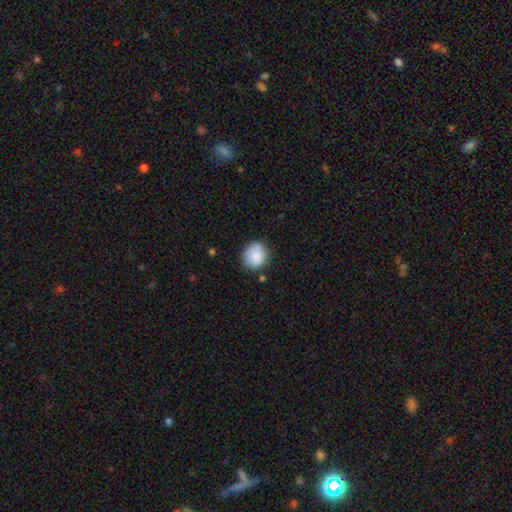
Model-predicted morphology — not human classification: type=smooth (86%); roundness=round (80%); merging=none (73%).